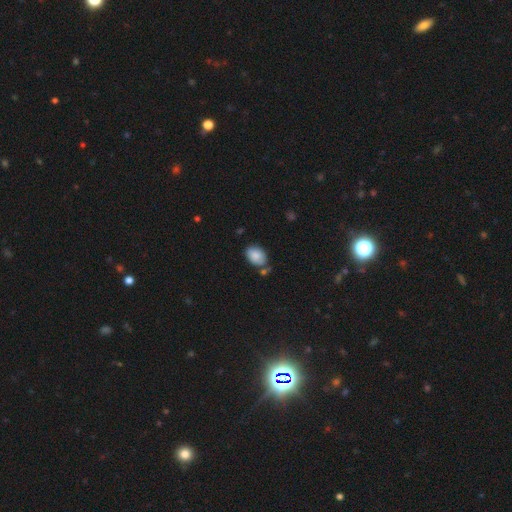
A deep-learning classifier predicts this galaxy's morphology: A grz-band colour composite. It shows a smooth galaxy with no disk features (82%) that is in between round and cigar-shaped (83%). Merging: none (63%).